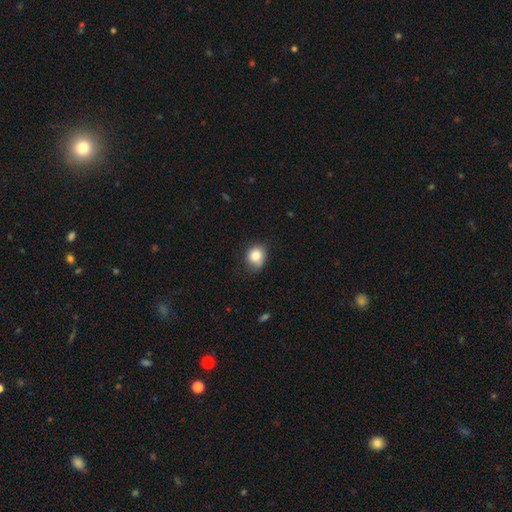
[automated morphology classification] Smooth or featured? smooth (83%)
How rounded? round (68%)
Merging? none (62%)